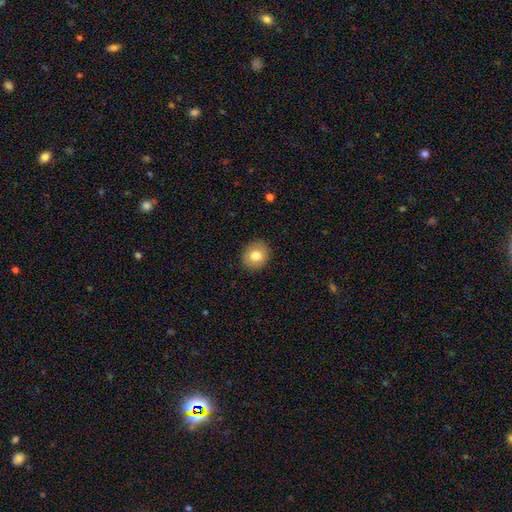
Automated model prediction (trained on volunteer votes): smooth-or-featured: smooth: 79% | featured or disk: 12% | star or artifact: 9%
  how-rounded: round: 73% | in between: 26% | cigar-shaped: 1%
  merging: none: 89% | minor disturbance: 8% | major disturbance: 2% | merger: 1%